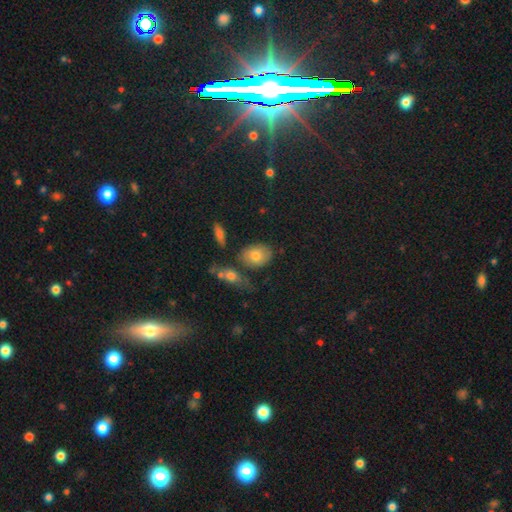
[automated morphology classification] The model was most divided on "how rounded": in between: 71%, round: 27%, cigar-shaped: 2%. More confident: smooth or featured — smooth (75%); merging — none (63%).